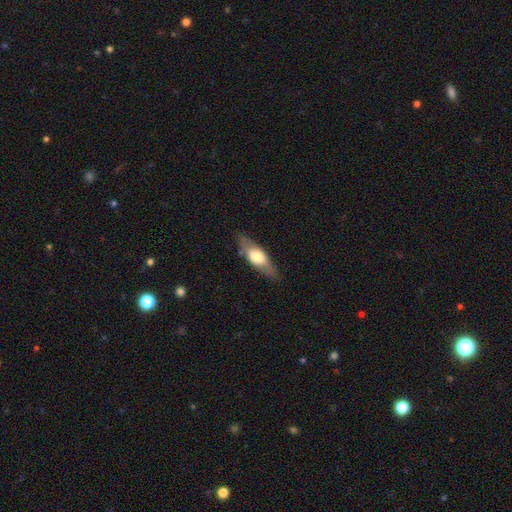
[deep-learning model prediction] smooth-or-featured: smooth: 51% | featured or disk: 43% | star or artifact: 6%
  how-rounded: in between: 64% | cigar-shaped: 32% | round: 4%
  merging: none: 80% | minor disturbance: 14% | major disturbance: 4% | merger: 1%